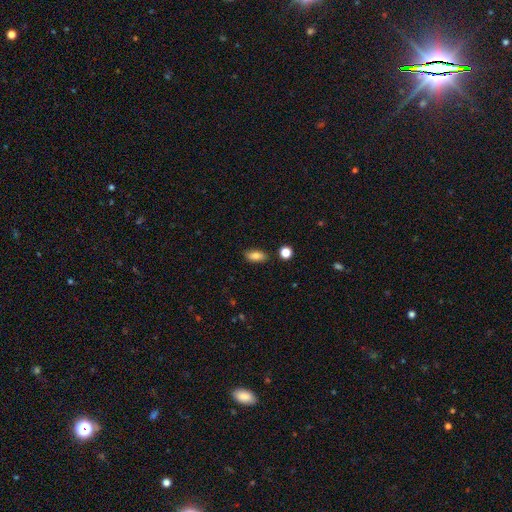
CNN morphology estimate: type=smooth (83%); roundness=in between (86%); merging=none (85%).